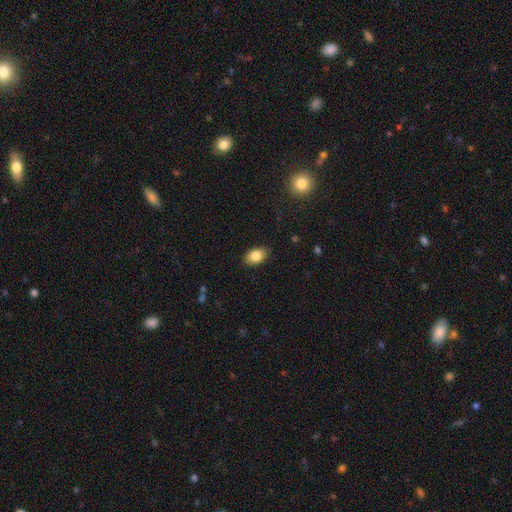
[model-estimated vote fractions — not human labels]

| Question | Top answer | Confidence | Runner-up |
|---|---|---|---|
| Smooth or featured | smooth | 83% | featured or disk (9%) |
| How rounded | in between | 87% | round (11%) |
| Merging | none | 86% | minor disturbance (11%) |